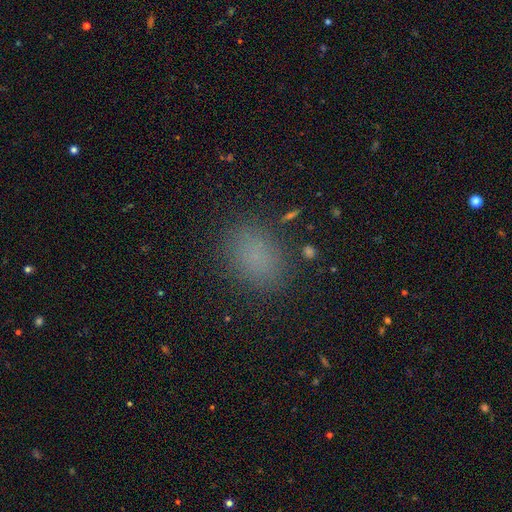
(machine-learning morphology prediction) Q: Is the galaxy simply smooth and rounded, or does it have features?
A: smooth — 80%.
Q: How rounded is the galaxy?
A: in between — 73%.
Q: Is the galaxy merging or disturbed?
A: none — 84%.